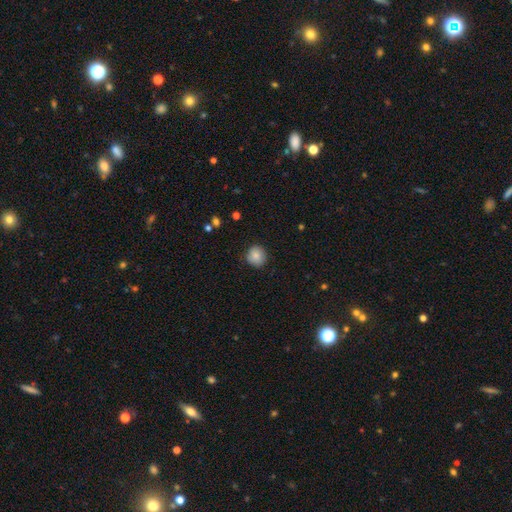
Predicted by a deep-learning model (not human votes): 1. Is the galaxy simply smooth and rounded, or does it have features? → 86% smooth, 8% star or artifact, 6% featured or disk.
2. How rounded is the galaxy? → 90% round, 9% in between, 1% cigar-shaped.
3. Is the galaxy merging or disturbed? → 86% none, 11% minor disturbance, 2% major disturbance, 1% merger.